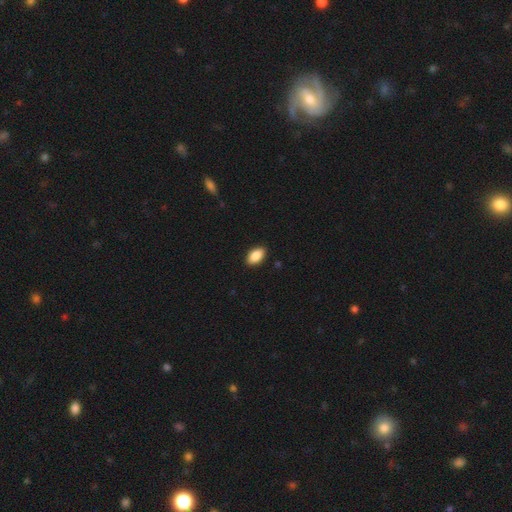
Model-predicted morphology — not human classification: Smooth or featured: smooth — 89% (star or artifact — 7%)
How rounded: in between — 93% (round — 5%)
Merging: none — 89% (minor disturbance — 8%)